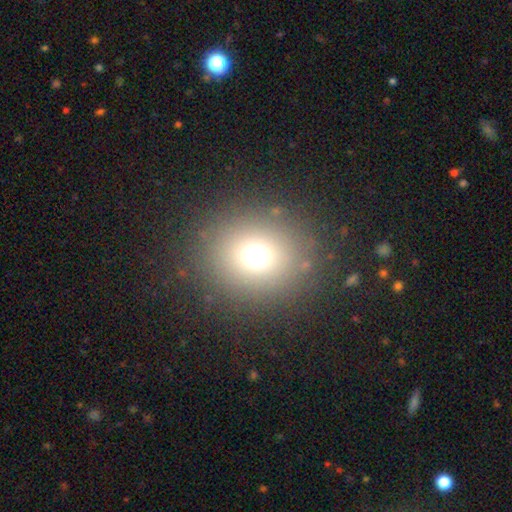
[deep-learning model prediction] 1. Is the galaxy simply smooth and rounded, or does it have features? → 67% smooth, 24% star or artifact, 10% featured or disk.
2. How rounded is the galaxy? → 81% round, 18% in between, 1% cigar-shaped.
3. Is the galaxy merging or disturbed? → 86% none, 7% minor disturbance, 5% major disturbance, 2% merger.